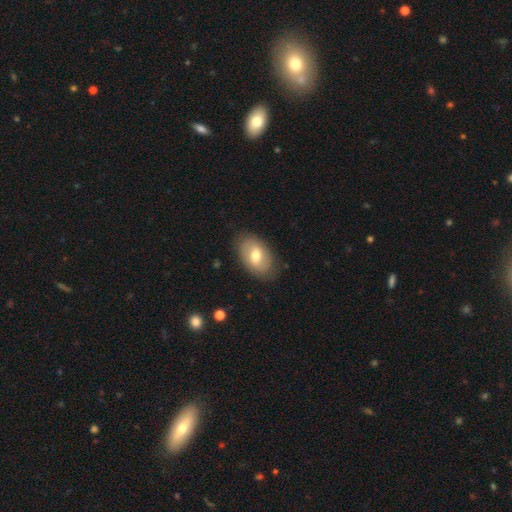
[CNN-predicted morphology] This appears to be a smooth galaxy with no disk features (60%) that is in between round and cigar-shaped (88%). Merging: none (81%).